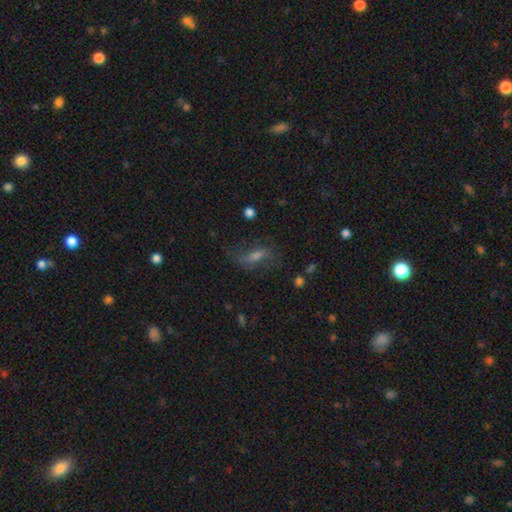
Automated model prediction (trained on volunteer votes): Smooth or featured? featured or disk (44%)
Merging? none (63%)